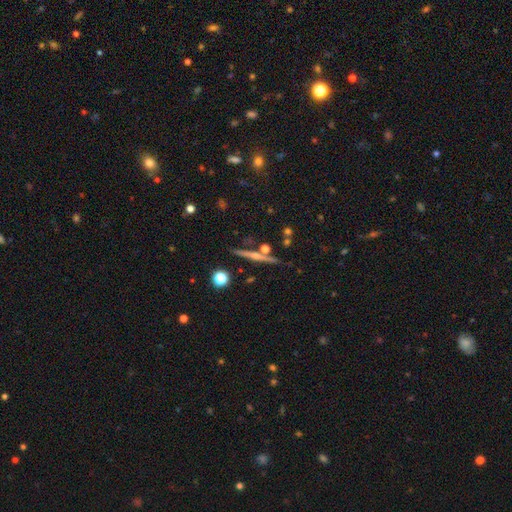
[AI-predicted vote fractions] smooth-or-featured: featured or disk: 70% | smooth: 20% | star or artifact: 10%
  disk-edge-on: yes: 98% | no: 2%
    edge-on-bulge: rounded: 68% | none: 25% | boxy: 7%
  merging: none: 85% | minor disturbance: 8% | merger: 5% | major disturbance: 2%